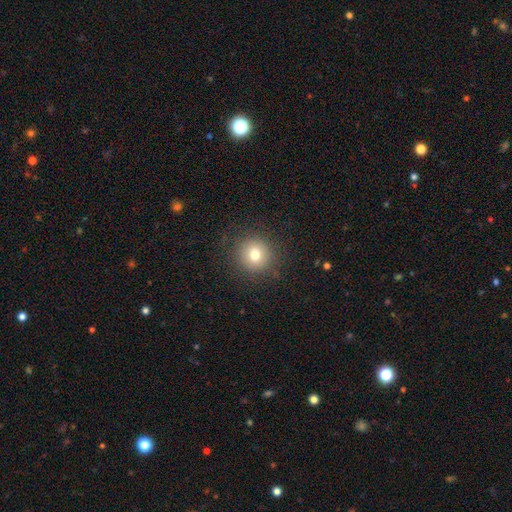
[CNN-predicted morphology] Q: Smooth or featured?
A: smooth (75%); runner-up: star or artifact (15%)
Q: How rounded?
A: round (93%); runner-up: in between (6%)
Q: Merging?
A: none (89%); runner-up: minor disturbance (7%)